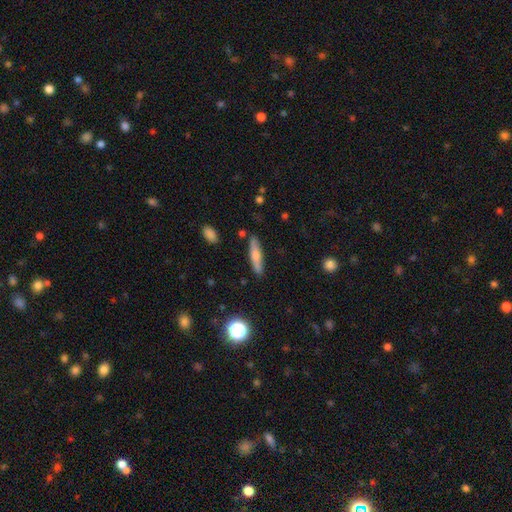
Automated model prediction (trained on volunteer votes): A smooth galaxy with no disk features (64%) that is cigar-shaped (82%). Merging: none (84%).